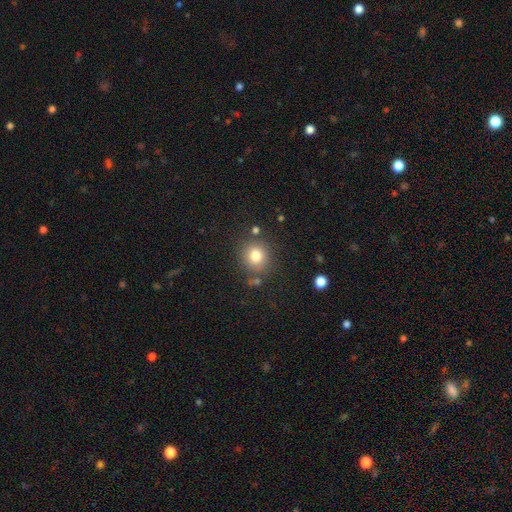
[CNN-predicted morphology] Smooth or featured: smooth — 79% (star or artifact — 12%)
How rounded: round — 87% (in between — 12%)
Merging: none — 80% (minor disturbance — 10%)